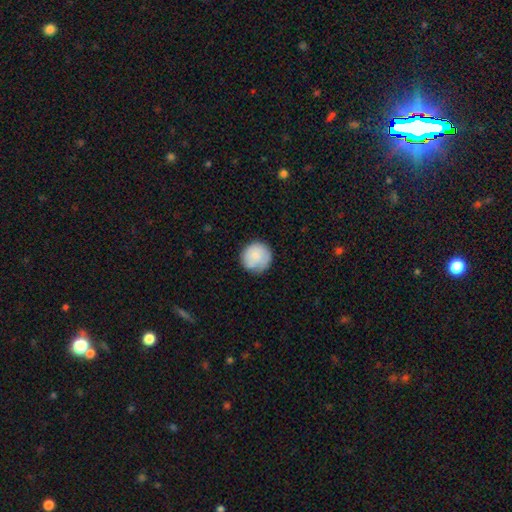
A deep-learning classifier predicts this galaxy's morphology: Smooth or featured? Predicted: smooth (p=0.80). How rounded? Predicted: round (p=0.93). Merging? Predicted: none (p=0.75).